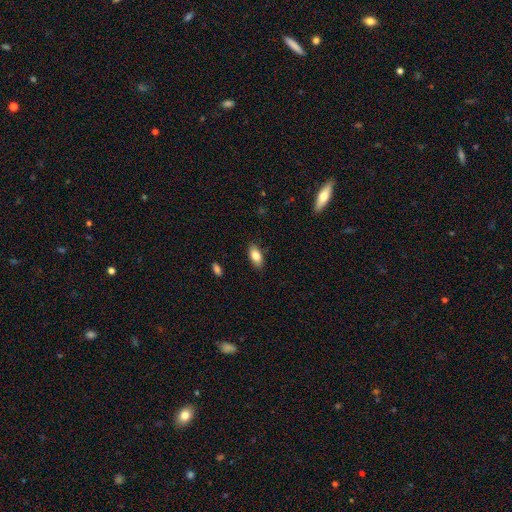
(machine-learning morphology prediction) smooth_or_featured: smooth (p=0.84) [alt: featured or disk p=0.09]
how_rounded: in between (p=0.90) [alt: cigar-shaped p=0.07]
merging: none (p=0.86) [alt: minor disturbance p=0.11]